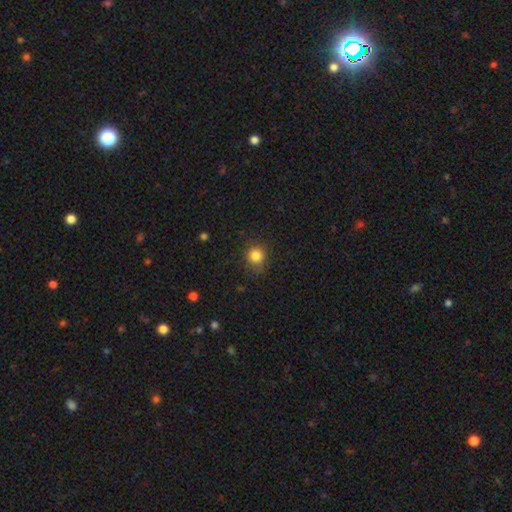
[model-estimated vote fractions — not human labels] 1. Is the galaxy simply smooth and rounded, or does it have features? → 84% smooth, 12% star or artifact, 4% featured or disk.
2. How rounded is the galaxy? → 88% round, 11% in between, 1% cigar-shaped.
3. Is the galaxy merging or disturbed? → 81% none, 13% minor disturbance, 4% major disturbance, 1% merger.